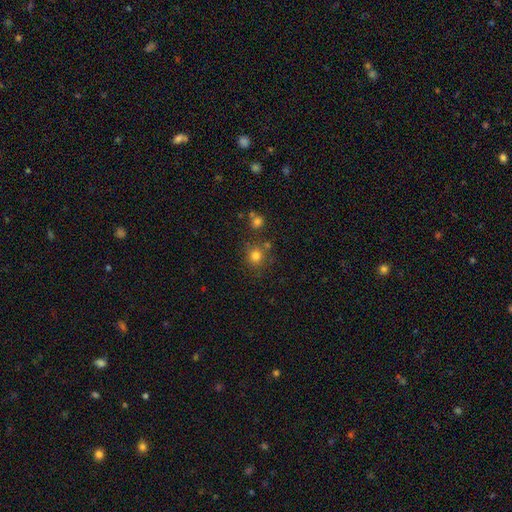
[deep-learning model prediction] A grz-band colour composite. It shows a smooth galaxy with no disk features (78%) that is round (88%). Merging: none (74%).